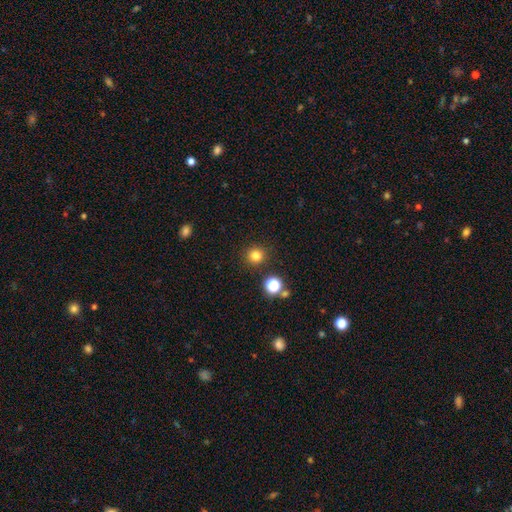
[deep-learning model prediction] Smooth or featured: smooth — 80% (star or artifact — 15%)
How rounded: round — 93% (in between — 6%)
Merging: none — 89% (minor disturbance — 6%)